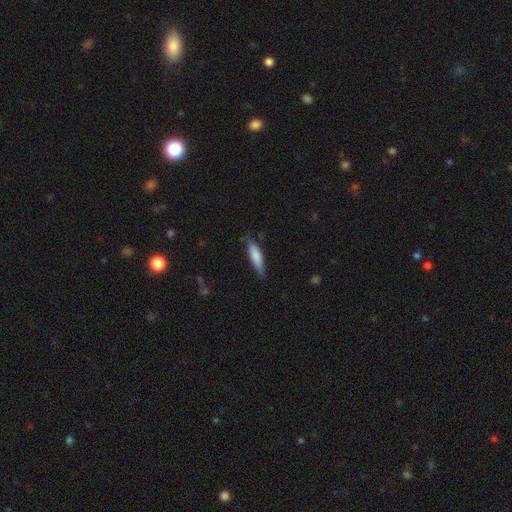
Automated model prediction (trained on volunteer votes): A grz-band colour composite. It shows a smooth galaxy with no disk features (78%) that is cigar-shaped (69%). Merging: none (75%).